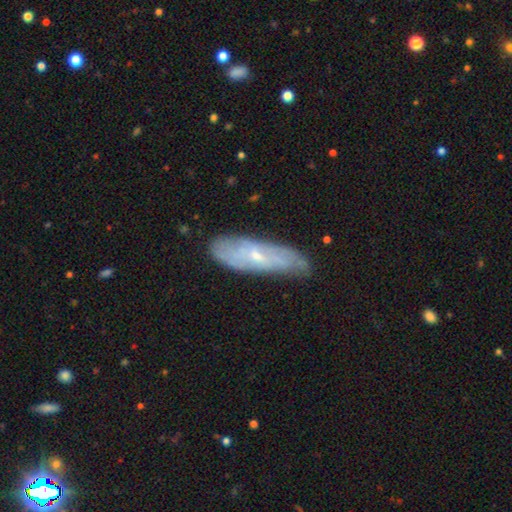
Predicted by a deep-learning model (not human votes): featured or disk 62%, smooth 31%, star or artifact 7%. Down the decision tree: edge-on disk — no (72%); merging — none (71%).